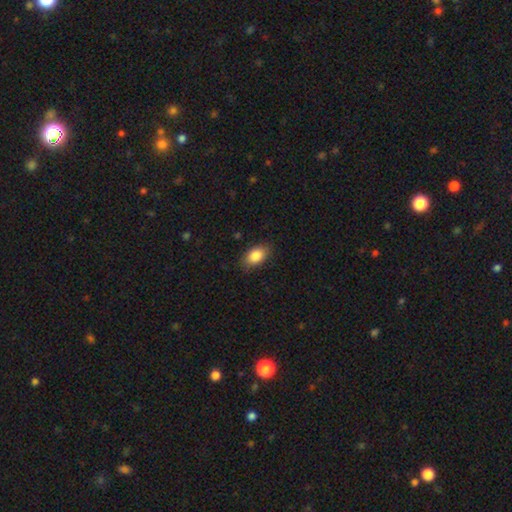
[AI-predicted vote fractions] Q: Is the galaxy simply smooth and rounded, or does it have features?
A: smooth — 86%.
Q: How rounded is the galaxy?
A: in between — 90%.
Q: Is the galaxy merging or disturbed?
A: none — 84%.